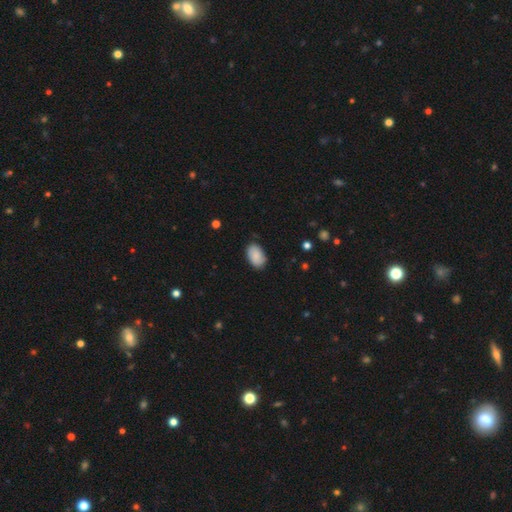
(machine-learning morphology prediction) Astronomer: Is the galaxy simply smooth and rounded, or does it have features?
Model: smooth — 87%.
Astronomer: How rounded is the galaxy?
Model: in between — 91%.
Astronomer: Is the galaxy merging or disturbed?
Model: none — 82%.